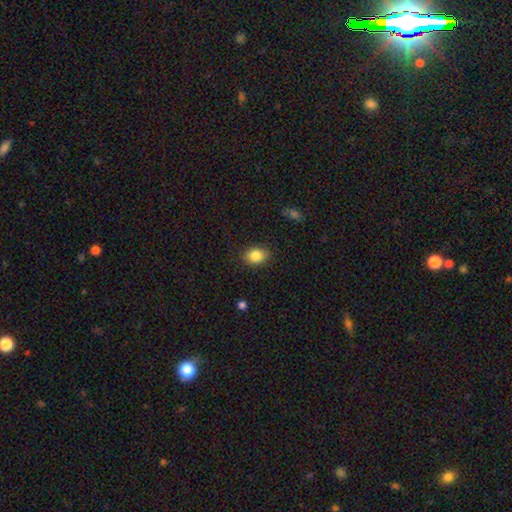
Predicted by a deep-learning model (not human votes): smooth-or-featured: smooth: 85% | star or artifact: 9% | featured or disk: 7%
  how-rounded: in between: 69% | round: 30% | cigar-shaped: 1%
  merging: none: 85% | minor disturbance: 11% | major disturbance: 3% | merger: 1%